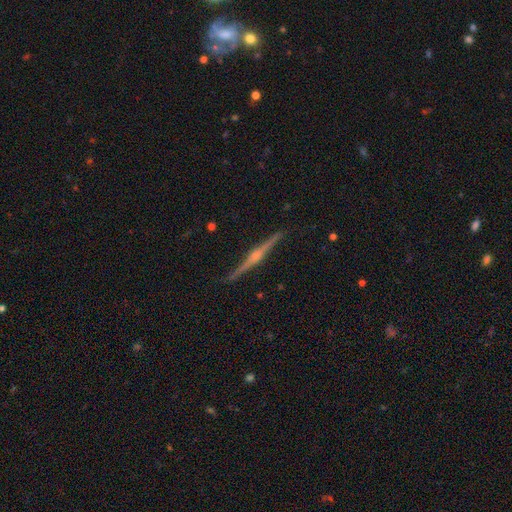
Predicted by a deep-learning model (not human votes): The model was most divided on "edge-on bulge": rounded: 86%, boxy: 8%, none: 6%. More confident: edge-on disk — yes (98%); merging — none (90%); smooth or featured — featured or disk (88%).